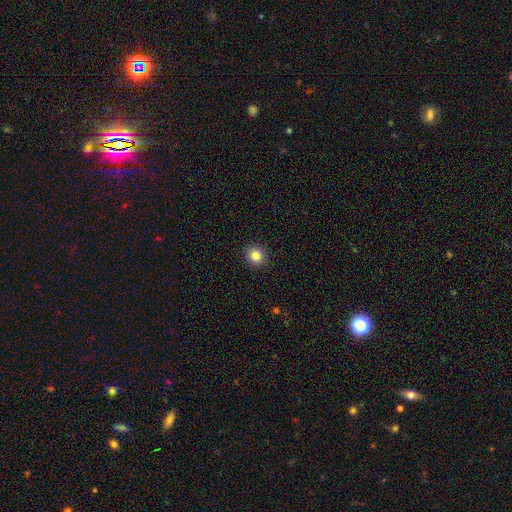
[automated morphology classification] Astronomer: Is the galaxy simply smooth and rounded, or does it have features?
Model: smooth — 84%.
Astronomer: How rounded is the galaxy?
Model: round — 91%.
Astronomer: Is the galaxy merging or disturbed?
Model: none — 93%.